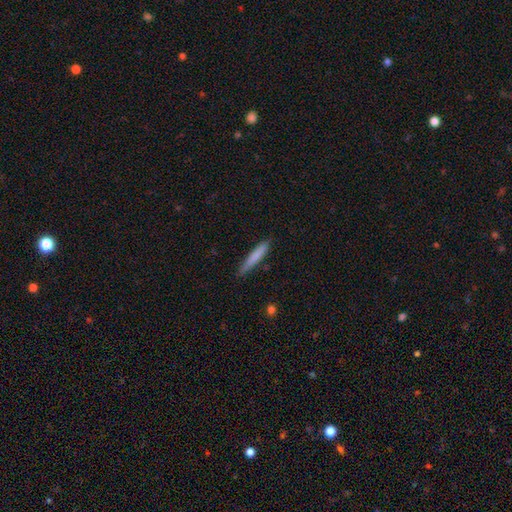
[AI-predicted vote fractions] smooth_or_featured: smooth (p=0.76) [alt: featured or disk p=0.18]
how_rounded: cigar-shaped (p=0.95) [alt: in between p=0.04]
merging: none (p=0.83) [alt: minor disturbance p=0.13]